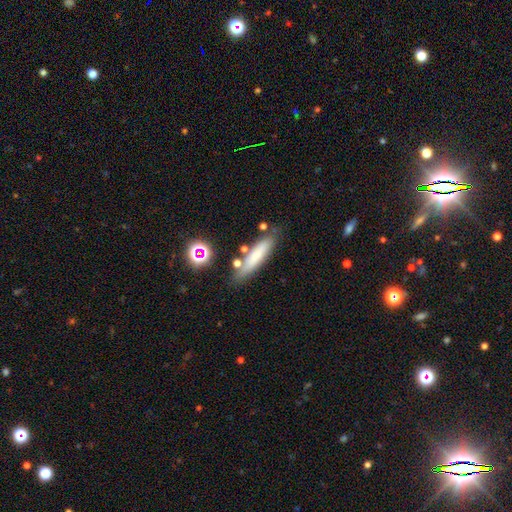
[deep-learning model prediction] Smooth or featured? Predicted: smooth (p=0.69). How rounded? Predicted: cigar-shaped (p=0.74). Merging? Predicted: none (p=0.72).